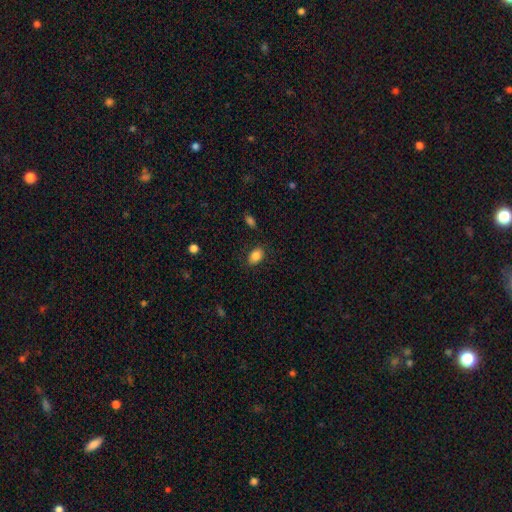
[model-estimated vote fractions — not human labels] This appears to be a smooth galaxy with no disk features (86%) that is in between round and cigar-shaped (81%). Merging: none (84%).